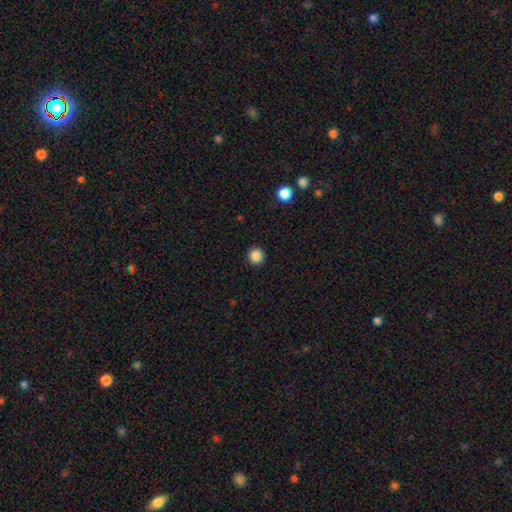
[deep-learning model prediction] smooth_or_featured: smooth (p=0.86) [alt: star or artifact p=0.11]
how_rounded: round (p=0.95) [alt: in between p=0.04]
merging: none (p=0.93) [alt: minor disturbance p=0.04]